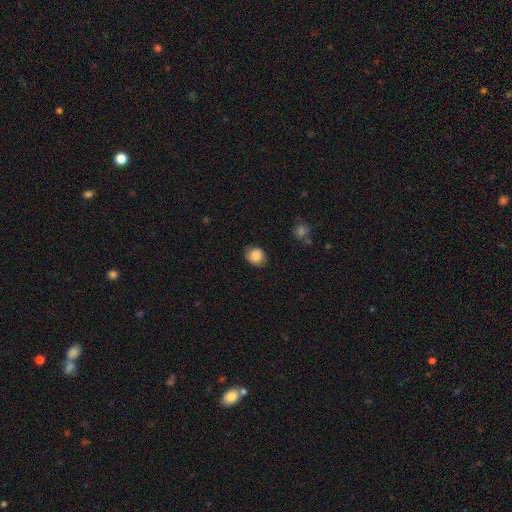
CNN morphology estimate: smooth 84%, star or artifact 8%, featured or disk 8%. Down the decision tree: how rounded — round (74%); merging — none (75%).